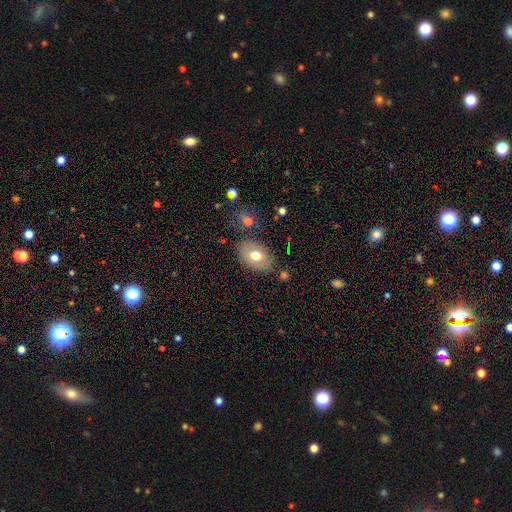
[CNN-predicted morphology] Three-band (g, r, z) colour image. It shows a smooth galaxy with no disk features (65%) that is in between round and cigar-shaped (83%). Merging: none (77%).